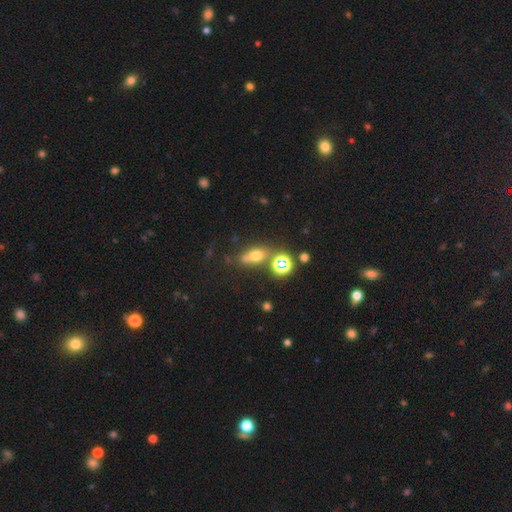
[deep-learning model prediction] Morphology: type=smooth (58%); roundness=in between (55%); merging=none (55%).